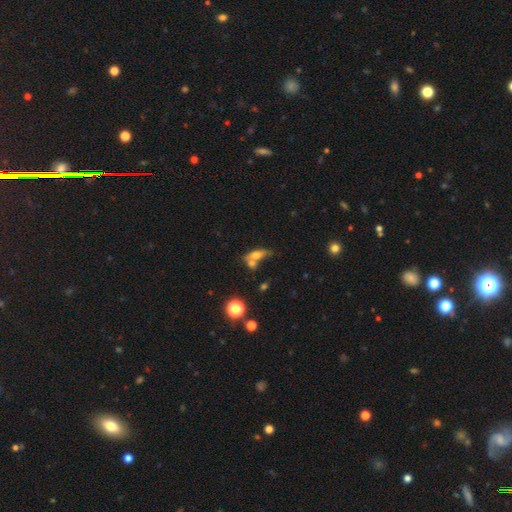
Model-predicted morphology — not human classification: The model was most divided on "merging": merger: 45%, none: 35%, minor disturbance: 12%, major disturbance: 7%. More confident: how rounded — in between (59%); smooth or featured — smooth (58%).